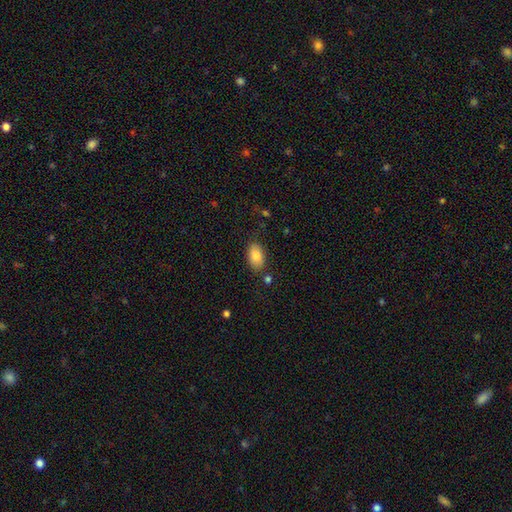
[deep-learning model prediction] This appears to be a smooth galaxy with no disk features (85%) that is in between round and cigar-shaped (91%). Merging: none (80%).